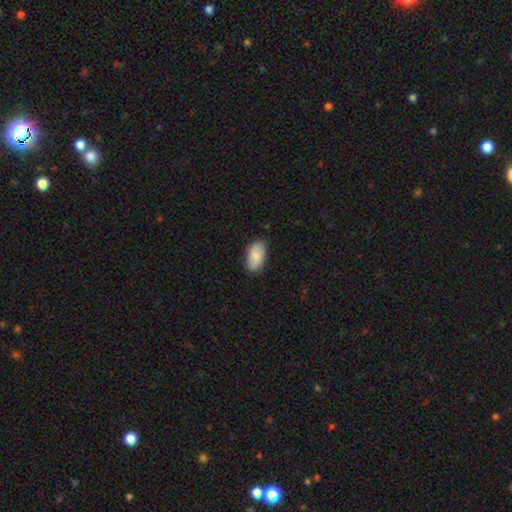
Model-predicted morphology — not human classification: type=smooth (81%); roundness=in between (94%); merging=none (80%).